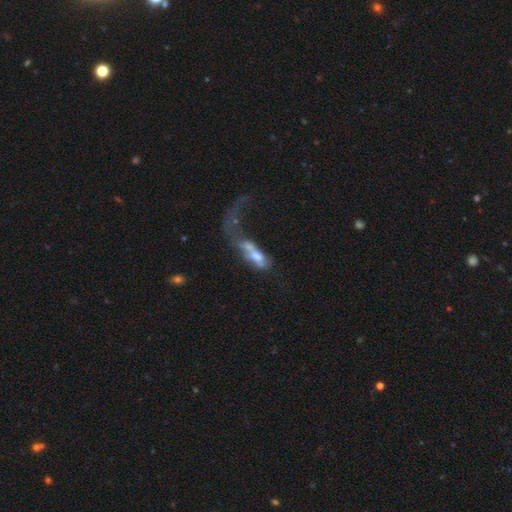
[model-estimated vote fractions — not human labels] Smooth or featured: featured or disk — 48% (smooth — 41%)
Merging: merger — 45% (major disturbance — 38%)